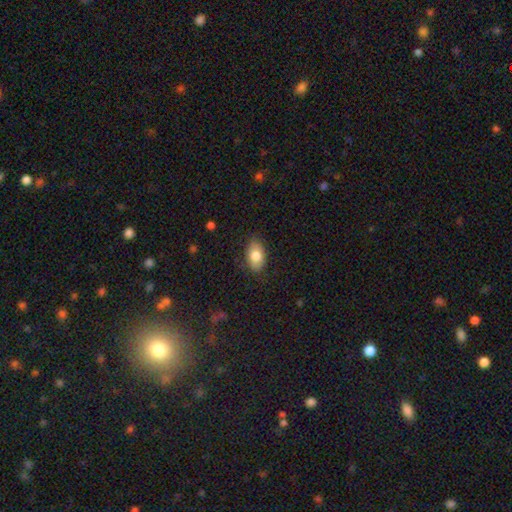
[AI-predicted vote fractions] Morphology: type=smooth (81%); roundness=in between (92%); merging=none (83%).